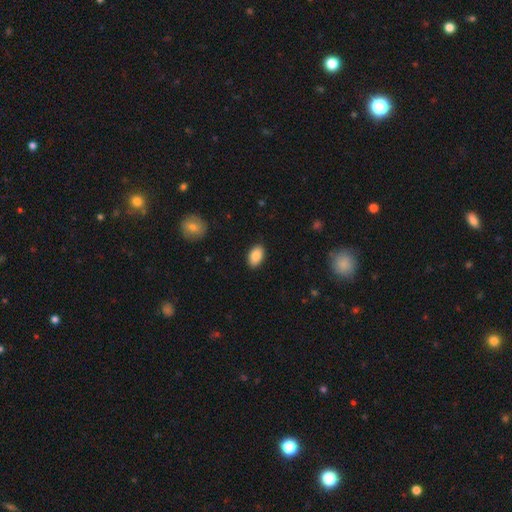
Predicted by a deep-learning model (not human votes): The model was most divided on "merging": none: 88%, minor disturbance: 9%, major disturbance: 2%, merger: 1%. More confident: how rounded — in between (92%); smooth or featured — smooth (88%).